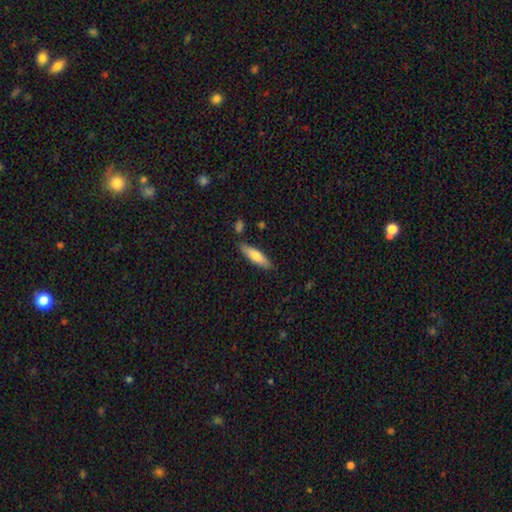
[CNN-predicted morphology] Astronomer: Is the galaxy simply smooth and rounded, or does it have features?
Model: smooth — 68%.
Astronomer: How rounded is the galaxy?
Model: cigar-shaped — 69%.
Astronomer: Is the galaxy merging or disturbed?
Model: none — 82%.